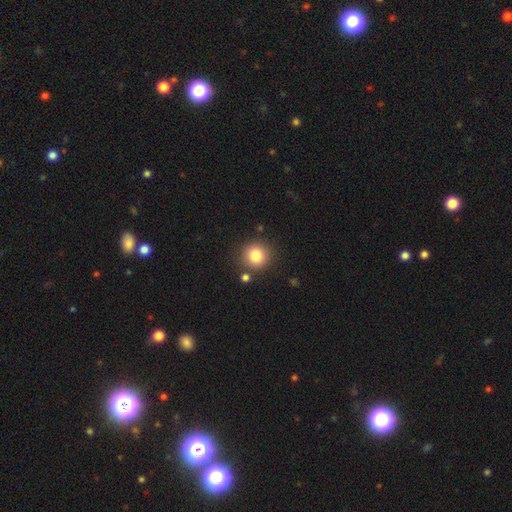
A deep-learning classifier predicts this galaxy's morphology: smooth 82%, star or artifact 11%, featured or disk 7%. Down the decision tree: how rounded — round (92%); merging — none (84%).